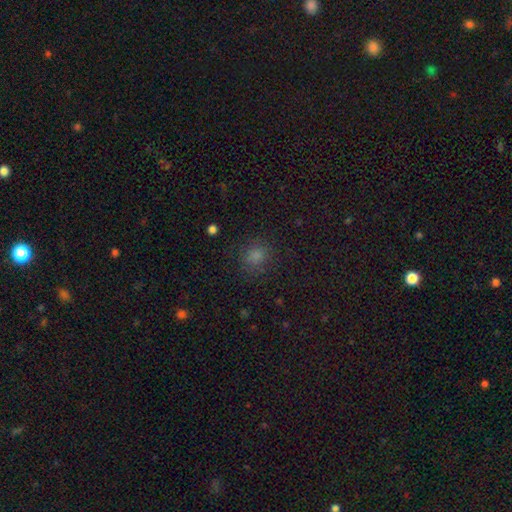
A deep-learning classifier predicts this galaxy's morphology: This appears to be a smooth galaxy with no disk features (75%) that is round (81%). Merging: none (85%).